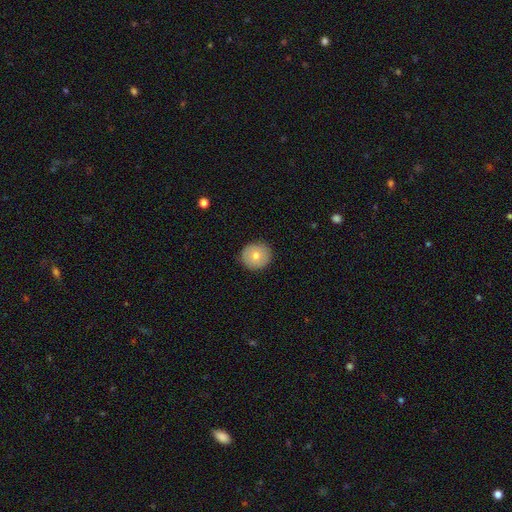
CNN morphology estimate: A smooth galaxy with no disk features (72%) that is round (92%).

Vote fractions:
- Smooth or featured? smooth: 72% / featured or disk: 19% / star or artifact: 8%
- How rounded? round: 92% / in between: 7% / cigar-shaped: 1%
- Merging? none: 90% / minor disturbance: 7% / major disturbance: 2% / merger: 1%